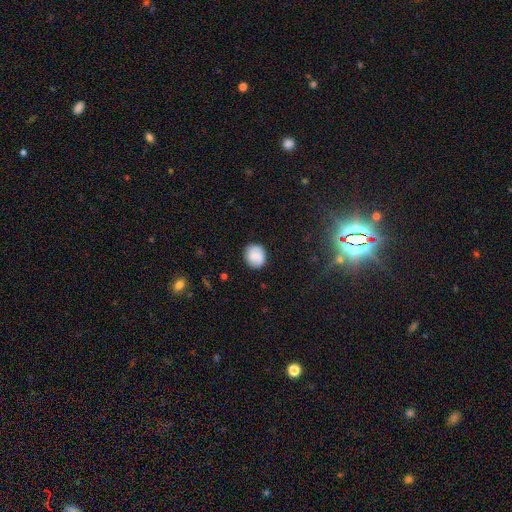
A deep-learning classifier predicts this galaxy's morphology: type=smooth (74%); roundness=round (75%); merging=none (84%).